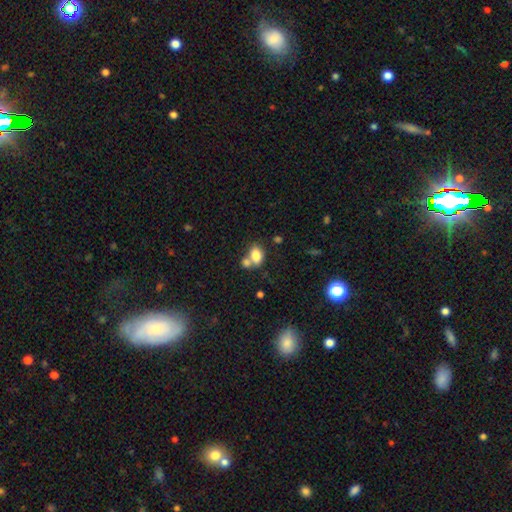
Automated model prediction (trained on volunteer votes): This is clearly a smooth galaxy (81%). How rounded: likely in between (78%). Merging: marginally merger (42%, tied with none).